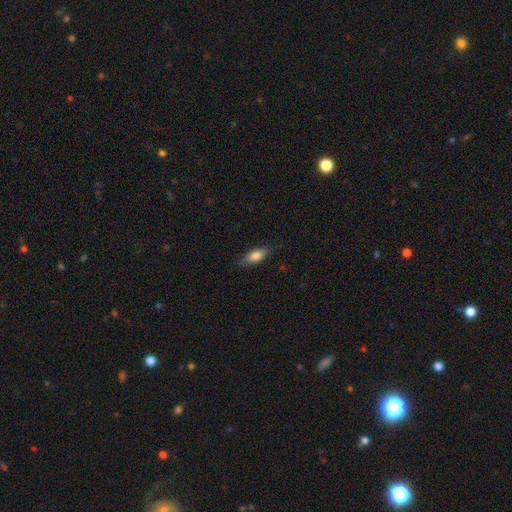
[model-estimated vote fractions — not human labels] Smooth or featured? smooth (76%)
How rounded? in between (73%)
Merging? none (81%)